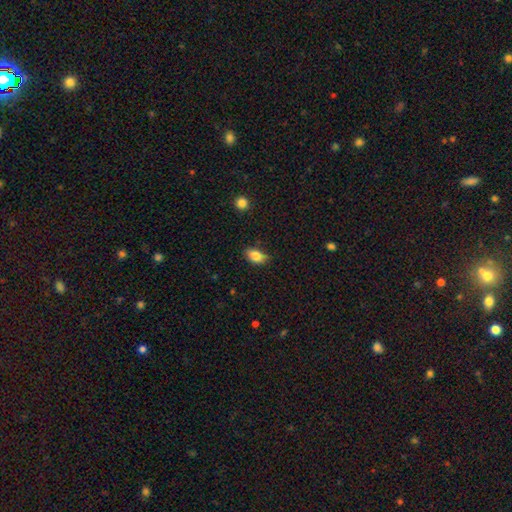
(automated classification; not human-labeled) This appears to be a smooth galaxy with no disk features (86%) that is in between round and cigar-shaped (87%). Merging: none (77%).